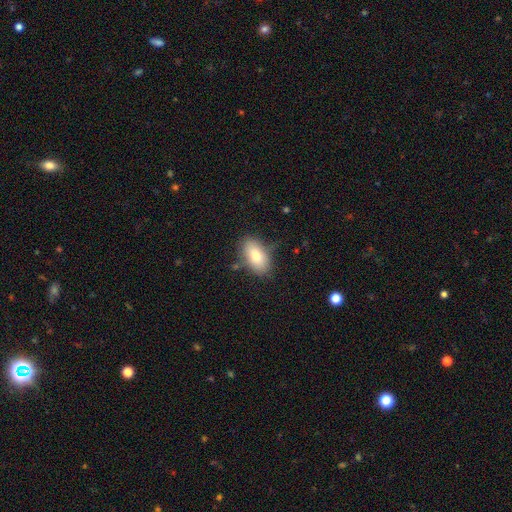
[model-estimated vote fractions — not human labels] Smooth or featured: smooth — 76% (featured or disk — 16%)
How rounded: in between — 91% (round — 6%)
Merging: none — 74% (minor disturbance — 18%)